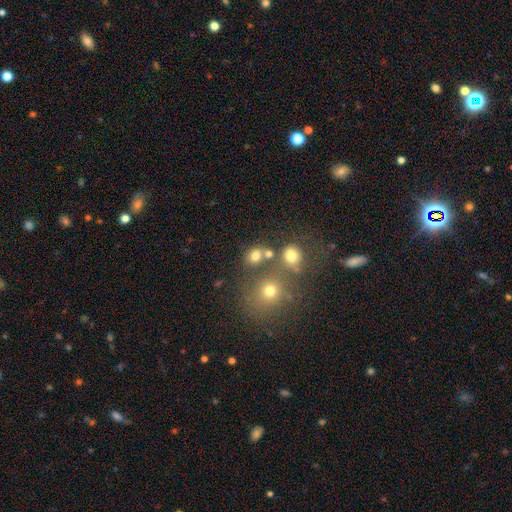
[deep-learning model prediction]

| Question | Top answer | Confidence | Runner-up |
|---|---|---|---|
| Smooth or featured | smooth | 73% | star or artifact (18%) |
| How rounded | round | 68% | in between (31%) |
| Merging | none | 60% | merger (23%) |